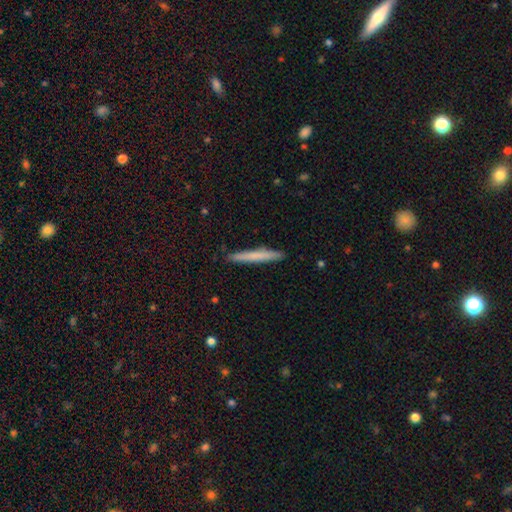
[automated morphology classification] type=smooth (69%); roundness=cigar-shaped (97%); merging=none (91%).